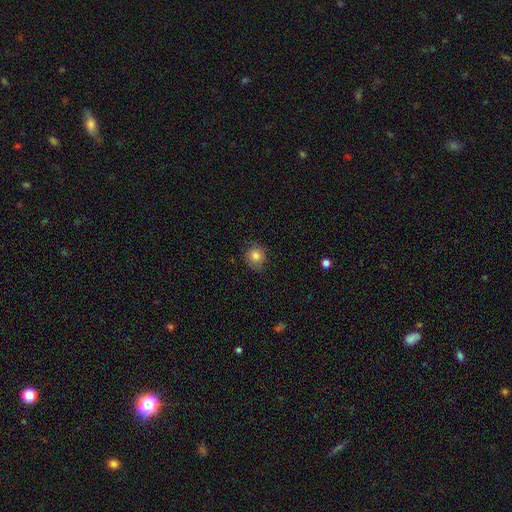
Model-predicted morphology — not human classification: This appears to be a smooth galaxy with no disk features (82%) that is round (79%). Merging: none (76%).